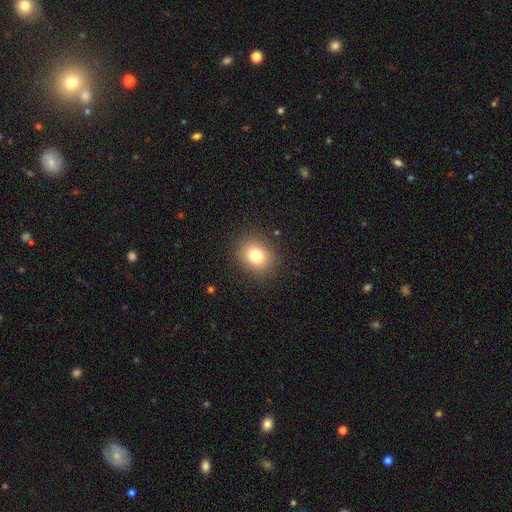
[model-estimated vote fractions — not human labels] Smooth or featured? smooth (79%)
How rounded? round (63%)
Merging? none (88%)